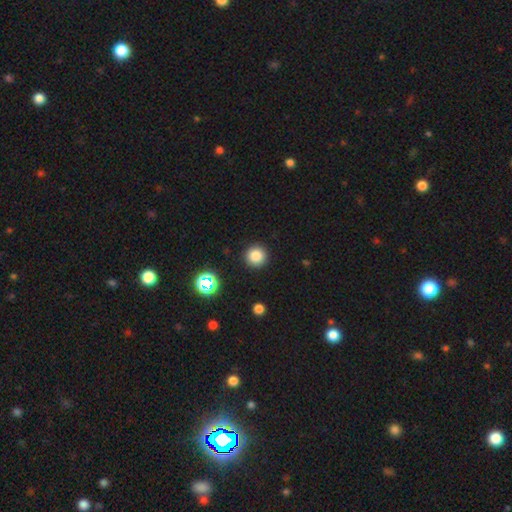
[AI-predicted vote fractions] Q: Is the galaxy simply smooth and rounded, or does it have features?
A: smooth — 82%.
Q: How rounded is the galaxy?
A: round — 95%.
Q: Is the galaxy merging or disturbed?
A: none — 91%.